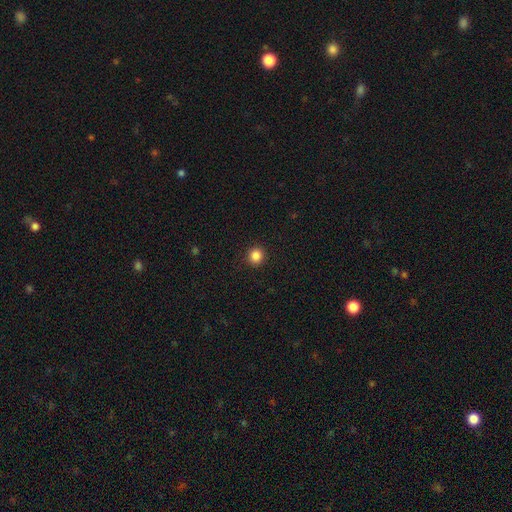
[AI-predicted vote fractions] This appears to be a smooth galaxy with no disk features (86%) that is round (91%). Merging: none (92%).